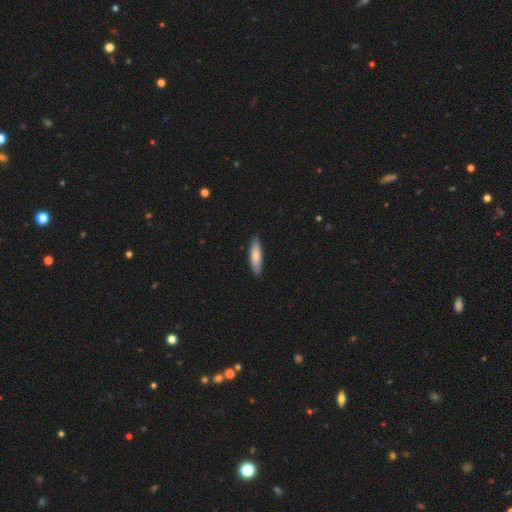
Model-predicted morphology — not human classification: smooth_or_featured: smooth (p=0.78) [alt: featured or disk p=0.17]
how_rounded: cigar-shaped (p=0.70) [alt: in between p=0.28]
merging: none (p=0.88) [alt: minor disturbance p=0.09]